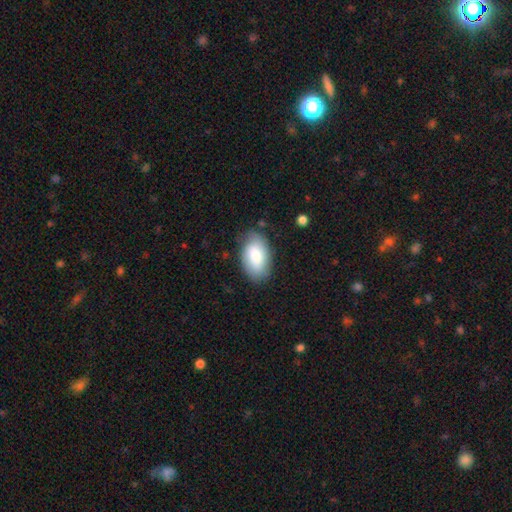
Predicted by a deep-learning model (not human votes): Overall: smooth (79%). How rounded: in between (94%). Merging: none (76%).